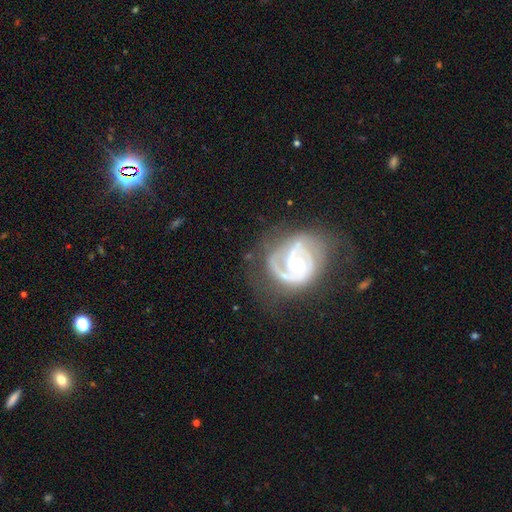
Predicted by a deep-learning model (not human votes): Smooth or featured: featured or disk — 80% (star or artifact — 10%)
Edge-on disk: no — 97% (yes — 3%)
Bar: no — 42% (weak — 40%)
Spiral arms: yes — 90% (no — 10%)
Spiral winding: medium — 42% (tied with tight — 42%)
Spiral arm count: 2 — 61% (can't tell — 15%)
Bulge size: small — 46% (moderate — 45%)
Merging: none — 63% (minor disturbance — 19%)